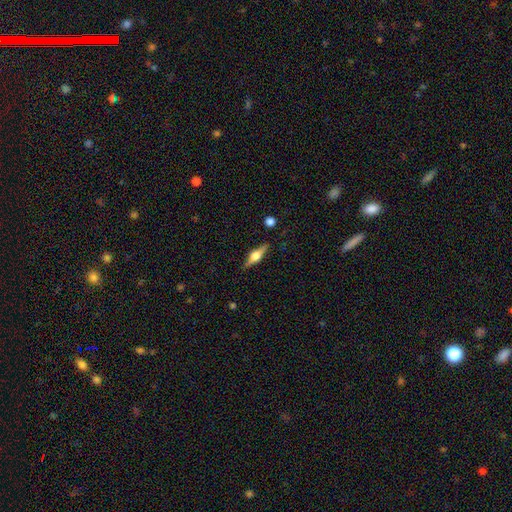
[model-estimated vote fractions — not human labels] The model was most divided on "smooth or featured": featured or disk: 71%, smooth: 22%, star or artifact: 6%. More confident: edge-on disk — yes (97%); edge-on bulge — rounded (92%); merging — none (87%).